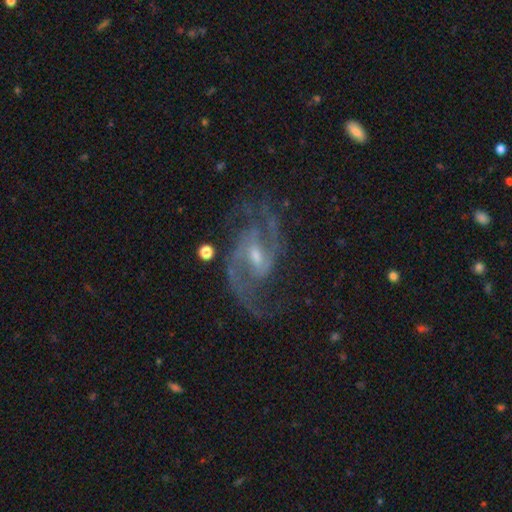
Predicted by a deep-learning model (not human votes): Overall: featured or disk (92%). Edge-on disk: no (97%). Bar: weak (56%; strong 23%). Spiral arms: yes (98%). Spiral arm count: 2 (84%). Spiral winding: medium (58%; loose 26%). Bulge size: small (51%; moderate 42%). Merging: none (71%).